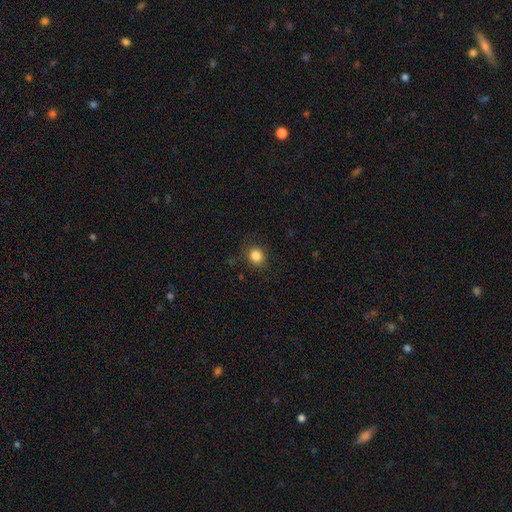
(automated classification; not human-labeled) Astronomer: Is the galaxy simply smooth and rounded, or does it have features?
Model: smooth — 84%.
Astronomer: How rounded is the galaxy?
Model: round — 77%.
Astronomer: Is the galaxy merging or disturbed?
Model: none — 85%.